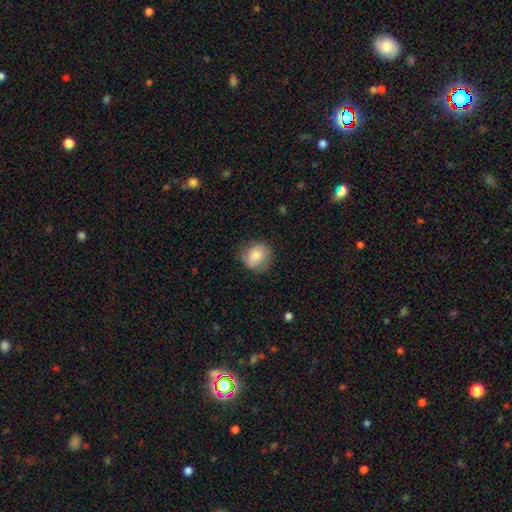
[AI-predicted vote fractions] smooth_or_featured: smooth (p=0.77) [alt: featured or disk p=0.15]
how_rounded: round (p=0.75) [alt: in between p=0.24]
merging: none (p=0.69) [alt: minor disturbance p=0.23]